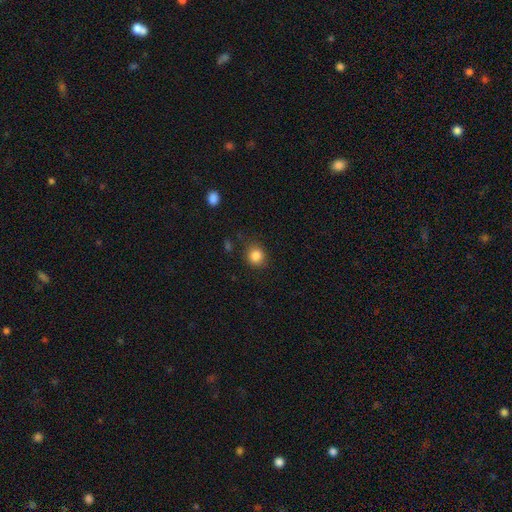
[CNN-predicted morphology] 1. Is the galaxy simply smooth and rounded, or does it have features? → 85% smooth, 10% star or artifact, 4% featured or disk.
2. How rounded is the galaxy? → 82% round, 17% in between, 1% cigar-shaped.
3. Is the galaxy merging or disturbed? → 82% none, 13% minor disturbance, 4% major disturbance, 2% merger.